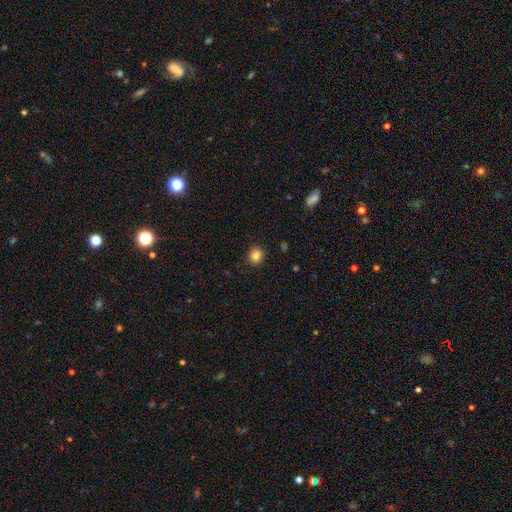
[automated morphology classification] smooth 84%, star or artifact 11%, featured or disk 5%. Down the decision tree: how rounded — round (83%); merging — none (89%).